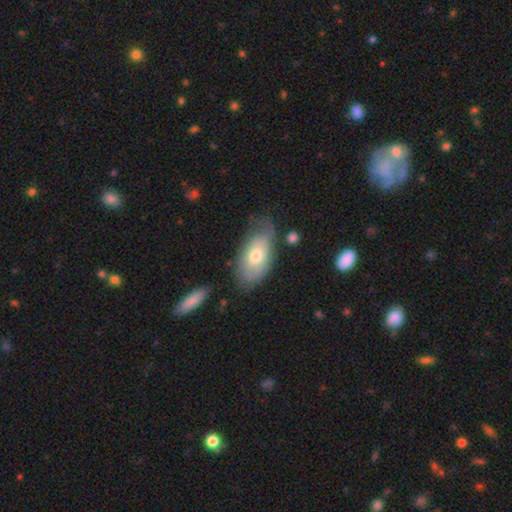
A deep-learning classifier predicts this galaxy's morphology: smooth-or-featured: smooth: 57% | featured or disk: 37% | star or artifact: 6%
  how-rounded: in between: 92% | round: 4% | cigar-shaped: 4%
  merging: none: 54% | minor disturbance: 30% | major disturbance: 12% | merger: 4%